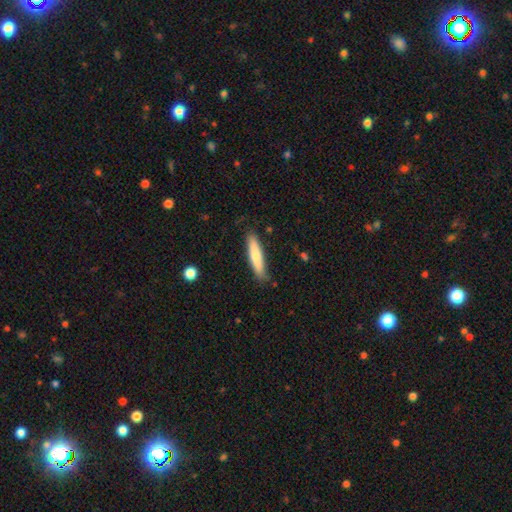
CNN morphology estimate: Smooth or featured? smooth (74%)
How rounded? cigar-shaped (87%)
Merging? none (85%)